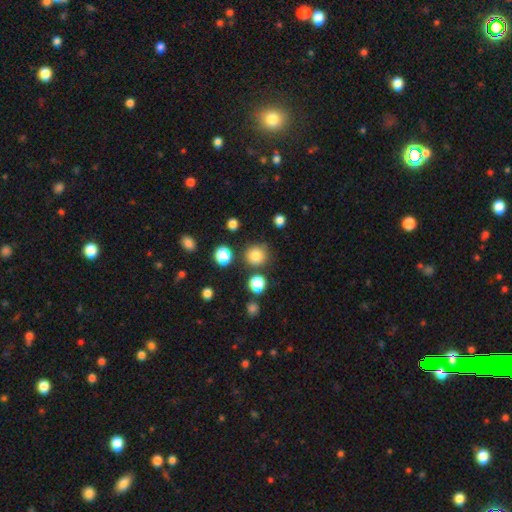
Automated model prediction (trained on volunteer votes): smooth-or-featured: smooth: 81% | star or artifact: 13% | featured or disk: 6%
  how-rounded: round: 91% | in between: 8% | cigar-shaped: 1%
  merging: none: 81% | minor disturbance: 9% | merger: 6% | major disturbance: 3%